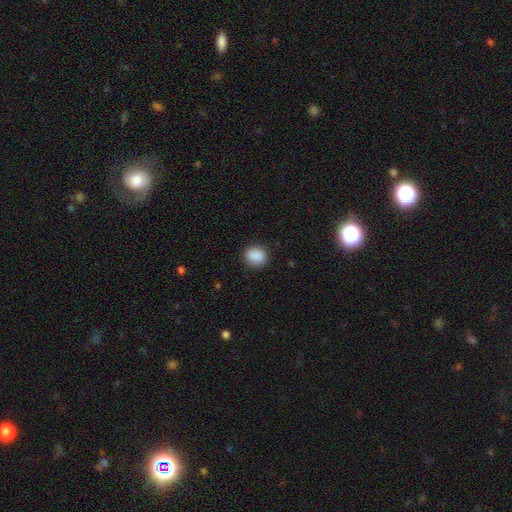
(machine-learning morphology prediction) smooth-or-featured: smooth: 89% | star or artifact: 8% | featured or disk: 3%
  how-rounded: round: 63% | in between: 36% | cigar-shaped: 1%
  merging: none: 86% | minor disturbance: 10% | major disturbance: 3% | merger: 1%